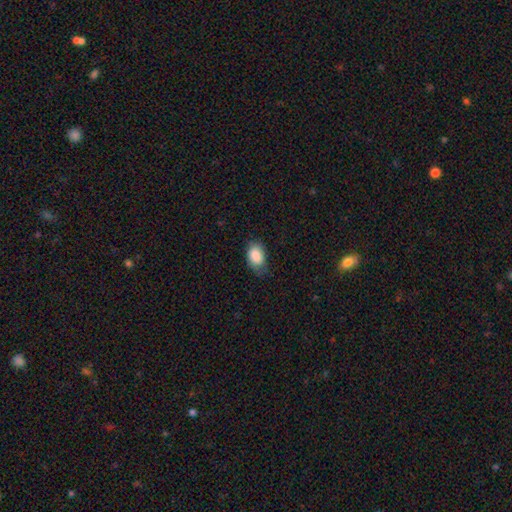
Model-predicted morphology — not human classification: This is clearly a smooth galaxy (87%). How rounded: clearly in between (87%). Merging: likely none (62%).